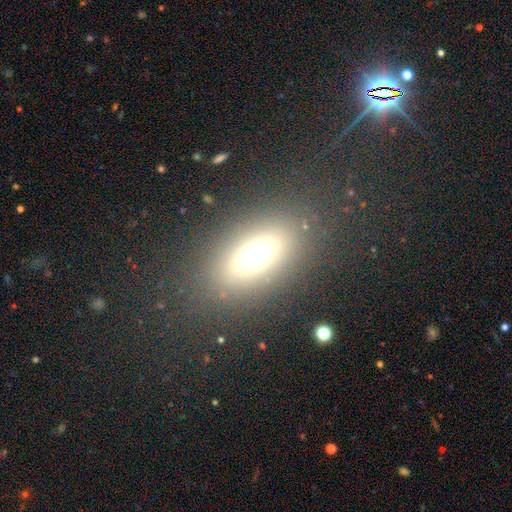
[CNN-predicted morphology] smooth 61%, featured or disk 21%, star or artifact 18%. Down the decision tree: how rounded — in between (79%); merging — none (83%).